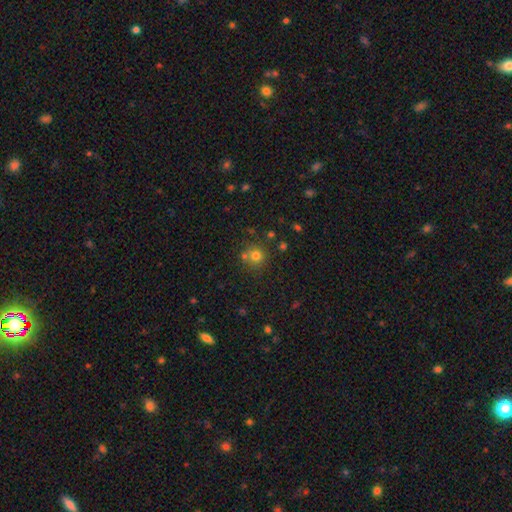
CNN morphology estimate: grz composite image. It shows a smooth galaxy with no disk features (74%) that is round (91%). Merging: none (71%).